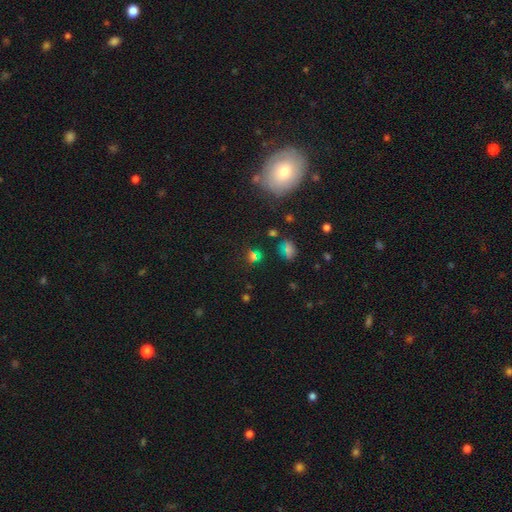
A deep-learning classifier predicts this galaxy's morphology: smooth 48%, star or artifact 44%, featured or disk 8%. Down the decision tree: merging — none (76%).